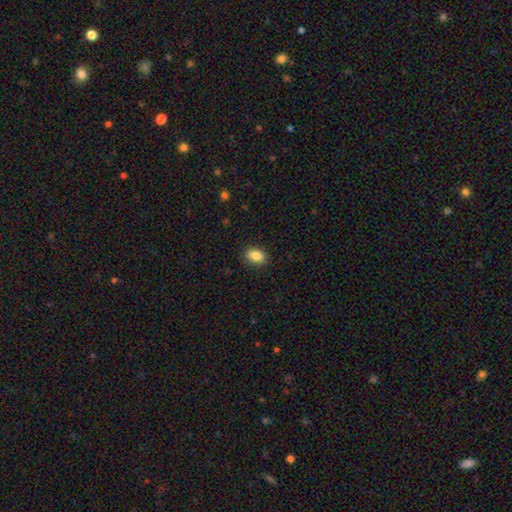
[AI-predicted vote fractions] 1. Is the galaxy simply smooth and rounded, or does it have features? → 85% smooth, 8% star or artifact, 7% featured or disk.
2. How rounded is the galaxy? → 84% in between, 14% round, 2% cigar-shaped.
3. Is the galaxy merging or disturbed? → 89% none, 8% minor disturbance, 2% major disturbance, 1% merger.